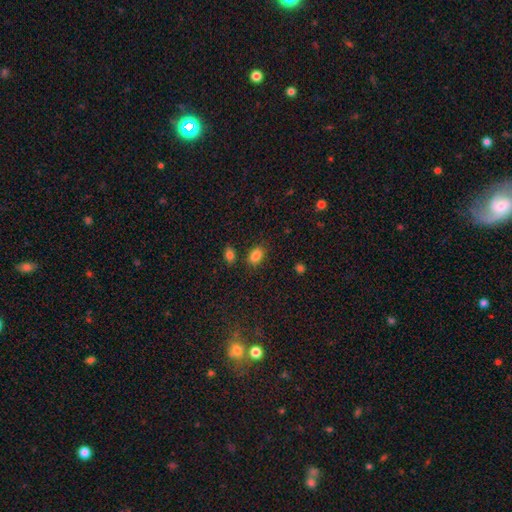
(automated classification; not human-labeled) Q: Smooth or featured?
A: smooth (85%); runner-up: star or artifact (9%)
Q: How rounded?
A: in between (86%); runner-up: round (13%)
Q: Merging?
A: none (78%); runner-up: minor disturbance (12%)